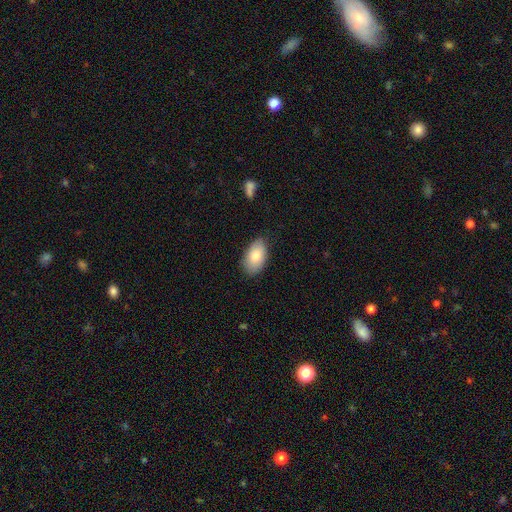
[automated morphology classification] smooth_or_featured: smooth (p=0.81) [alt: featured or disk p=0.12]
how_rounded: in between (p=0.94) [alt: round p=0.05]
merging: none (p=0.81) [alt: minor disturbance p=0.15]